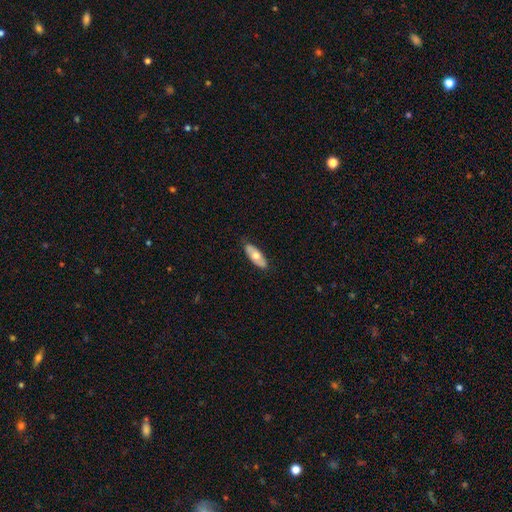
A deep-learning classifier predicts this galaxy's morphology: smooth-or-featured: smooth: 59% | featured or disk: 35% | star or artifact: 5%
  how-rounded: in between: 75% | cigar-shaped: 22% | round: 2%
  merging: none: 84% | minor disturbance: 12% | major disturbance: 2% | merger: 1%